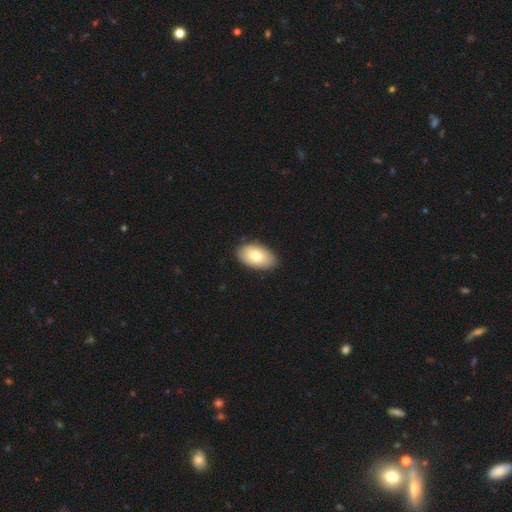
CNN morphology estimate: Smooth or featured?
  - smooth: 77% *
  - featured or disk: 17%
  - star or artifact: 6%
How rounded?
  - in between: 94% *
  - round: 4%
  - cigar-shaped: 1%
Merging?
  - none: 88% *
  - minor disturbance: 10%
  - major disturbance: 2%
  - merger: 1%